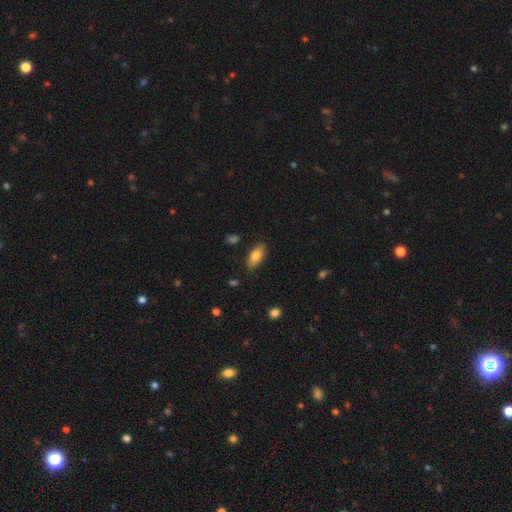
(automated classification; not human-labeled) smooth 80%, featured or disk 13%, star or artifact 7%. Down the decision tree: how rounded — in between (86%); merging — none (84%).